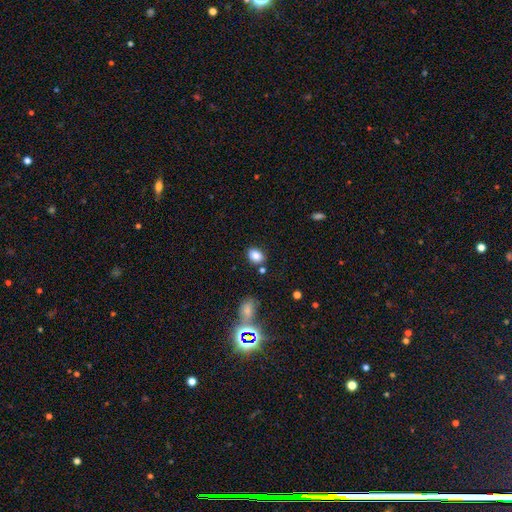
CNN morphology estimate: A smooth galaxy with no disk features (84%) that is in between round and cigar-shaped (73%).

Vote fractions:
- Smooth or featured? smooth: 84% / star or artifact: 10% / featured or disk: 6%
- How rounded? in between: 73% / round: 26% / cigar-shaped: 1%
- Merging? none: 80% / minor disturbance: 12% / merger: 6% / major disturbance: 3%